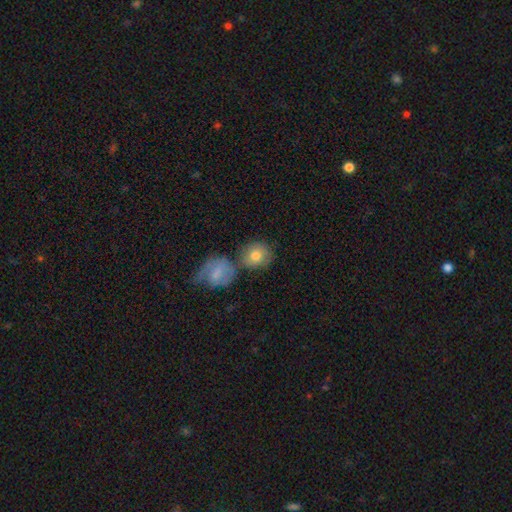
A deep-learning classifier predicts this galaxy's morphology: smooth_or_featured: smooth (p=0.78) [alt: featured or disk p=0.15]
how_rounded: round (p=0.80) [alt: in between p=0.19]
merging: none (p=0.56) [alt: merger p=0.27]